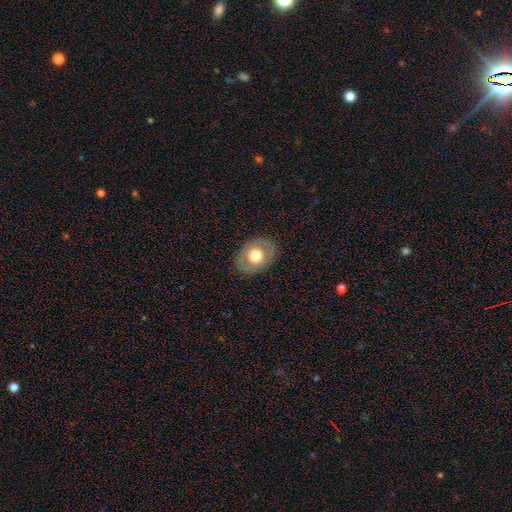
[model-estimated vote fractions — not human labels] Q: Smooth or featured?
A: smooth (59%); runner-up: featured or disk (34%)
Q: How rounded?
A: in between (59%); runner-up: round (40%)
Q: Merging?
A: none (84%); runner-up: minor disturbance (11%)